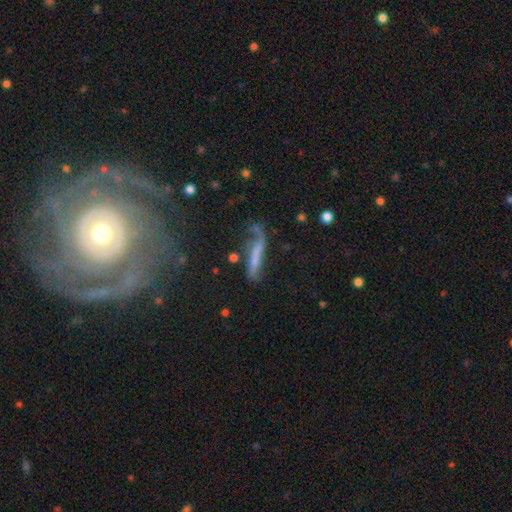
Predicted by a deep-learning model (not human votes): This appears to be a smooth galaxy with no disk features (53%) that is cigar-shaped (85%). Merging: none (42%).